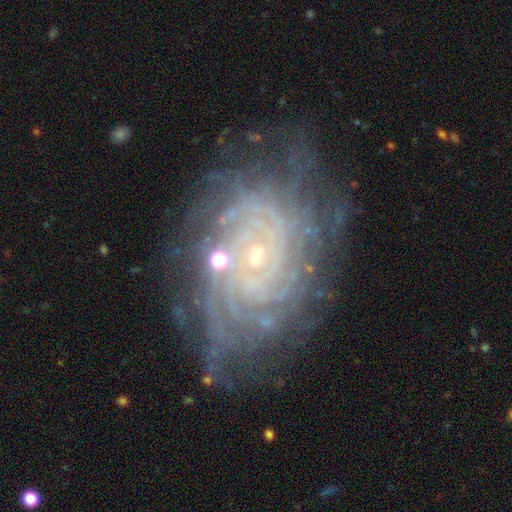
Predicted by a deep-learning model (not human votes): Q: Smooth or featured?
A: featured or disk (87%); runner-up: star or artifact (7%)
Q: Edge-on disk?
A: no (97%); runner-up: yes (3%)
Q: Bar?
A: no (73%); runner-up: weak (21%)
Q: Spiral arms?
A: yes (96%); runner-up: no (4%)
Q: Spiral winding?
A: tight (82%); runner-up: medium (14%)
Q: Spiral arm count?
A: can't tell (30%); runner-up: more than 4 (29%)
Q: Bulge size?
A: small (84%); runner-up: moderate (11%)
Q: Merging?
A: none (71%); runner-up: minor disturbance (18%)